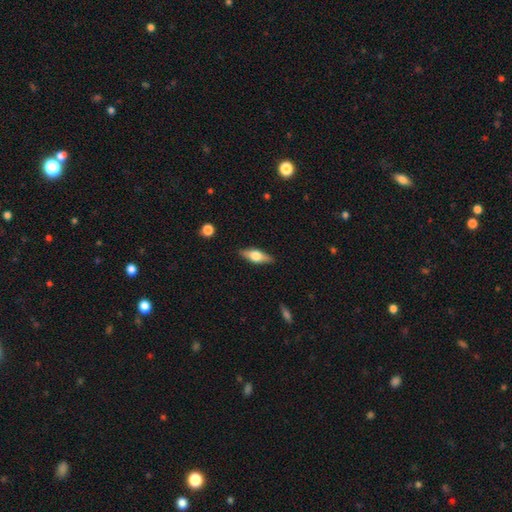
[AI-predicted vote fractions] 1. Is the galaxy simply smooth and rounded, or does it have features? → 48% featured or disk, 45% smooth, 6% star or artifact.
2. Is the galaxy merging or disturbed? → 87% none, 10% minor disturbance, 2% major disturbance, 1% merger.